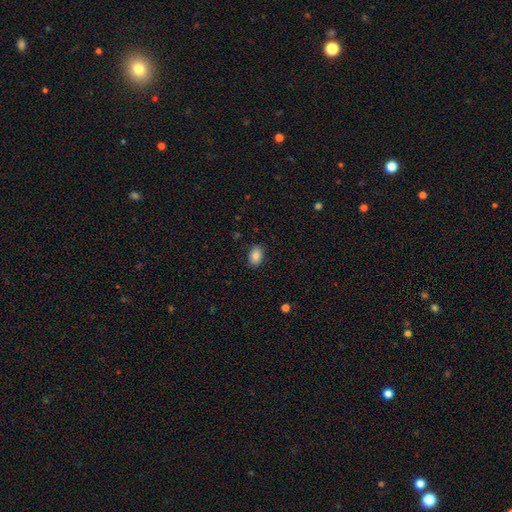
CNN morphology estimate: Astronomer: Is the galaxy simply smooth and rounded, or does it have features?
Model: smooth — 84%.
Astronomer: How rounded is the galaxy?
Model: in between — 81%.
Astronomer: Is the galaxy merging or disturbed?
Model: none — 87%.